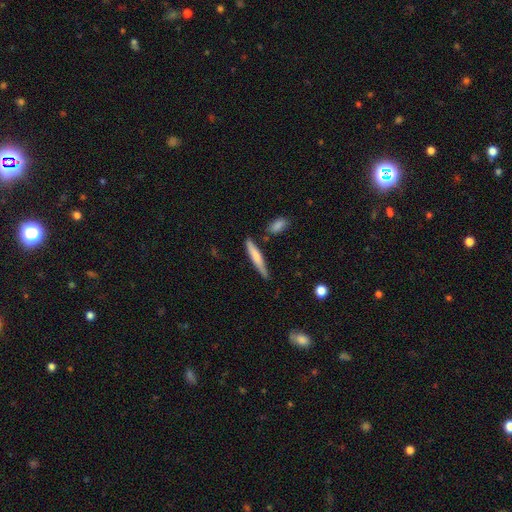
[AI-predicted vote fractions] smooth 68%, featured or disk 26%, star or artifact 5%. Down the decision tree: how rounded — cigar-shaped (91%); merging — none (77%).